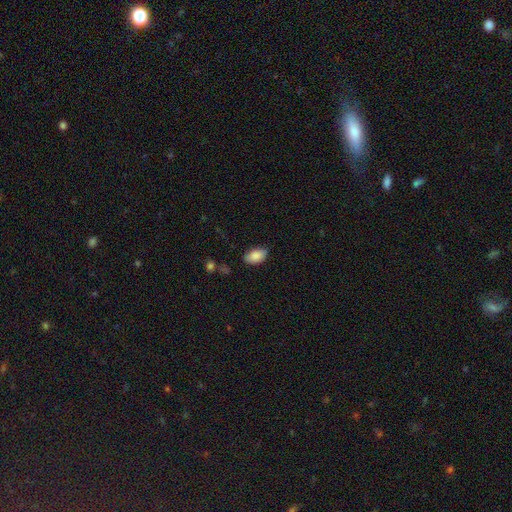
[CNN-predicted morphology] smooth 87%, star or artifact 7%, featured or disk 6%. Down the decision tree: how rounded — in between (93%); merging — none (80%).